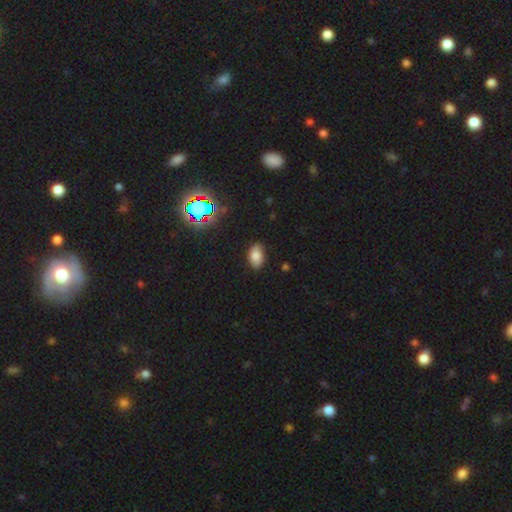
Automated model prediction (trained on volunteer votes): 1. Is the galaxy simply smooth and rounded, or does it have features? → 77% smooth, 13% star or artifact, 10% featured or disk.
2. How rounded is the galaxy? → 89% in between, 10% round, 1% cigar-shaped.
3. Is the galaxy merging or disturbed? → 81% none, 15% minor disturbance, 3% major disturbance, 1% merger.